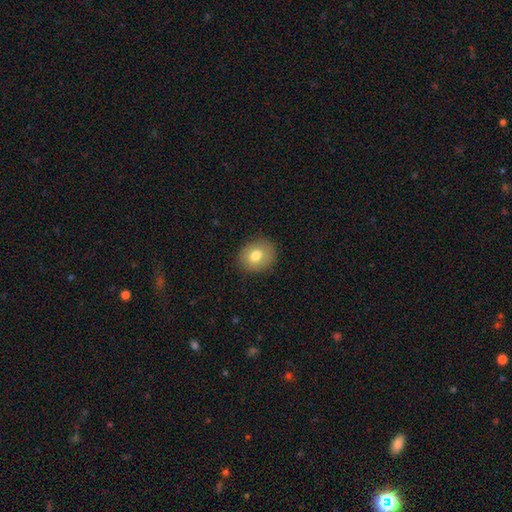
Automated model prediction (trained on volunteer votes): smooth-or-featured: smooth: 77% | featured or disk: 14% | star or artifact: 9%
  how-rounded: round: 68% | in between: 31% | cigar-shaped: 1%
  merging: none: 87% | minor disturbance: 9% | major disturbance: 3% | merger: 1%